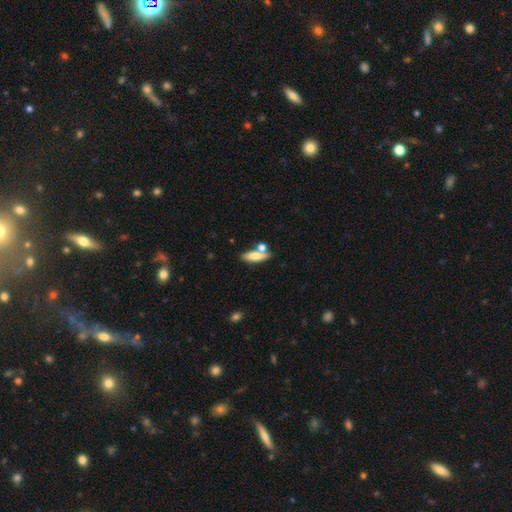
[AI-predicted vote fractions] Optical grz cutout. It shows a smooth galaxy with no disk features (68%) that is in between round and cigar-shaped (55%). Merging: none (60%).